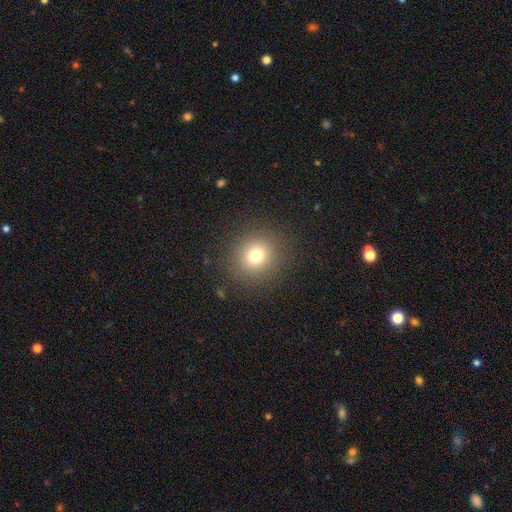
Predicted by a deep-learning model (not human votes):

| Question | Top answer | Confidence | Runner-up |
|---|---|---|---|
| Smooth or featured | smooth | 75% | star or artifact (16%) |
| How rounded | round | 90% | in between (9%) |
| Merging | none | 88% | minor disturbance (7%) |